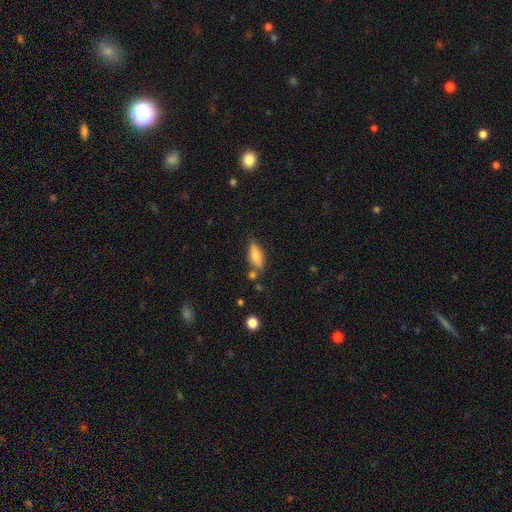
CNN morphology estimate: smooth_or_featured: smooth (p=0.76) [alt: featured or disk p=0.16]
how_rounded: in between (p=0.70) [alt: cigar-shaped p=0.27]
merging: none (p=0.66) [alt: minor disturbance p=0.19]